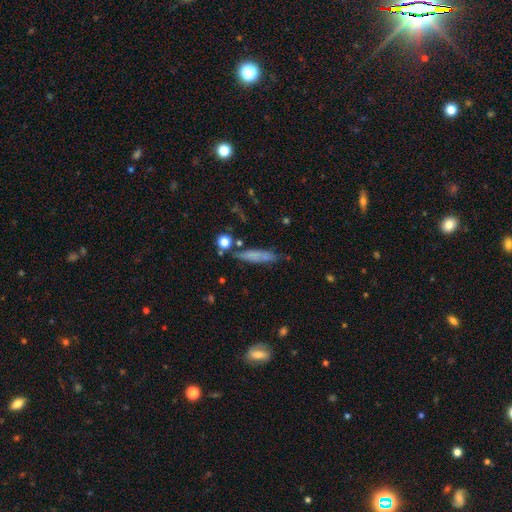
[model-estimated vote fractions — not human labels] This is likely a smooth galaxy (64%). How rounded: clearly cigar-shaped (81%). Merging: likely none (72%).